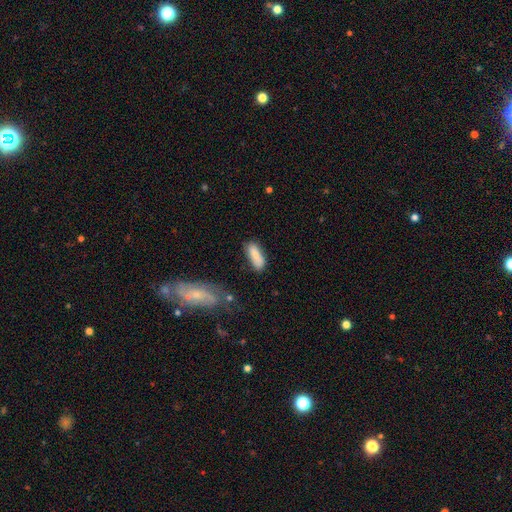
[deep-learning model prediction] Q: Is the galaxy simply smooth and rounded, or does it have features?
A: smooth — 82%.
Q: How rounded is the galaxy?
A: in between — 61%.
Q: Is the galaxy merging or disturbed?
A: none — 68%.